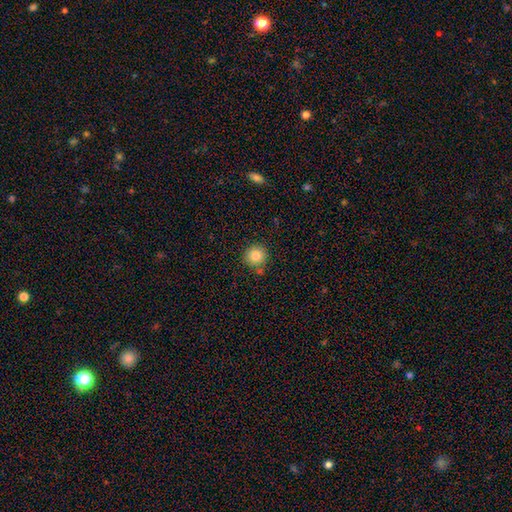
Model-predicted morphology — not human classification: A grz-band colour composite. It shows a smooth galaxy with no disk features (83%) that is round (94%). Merging: none (81%).